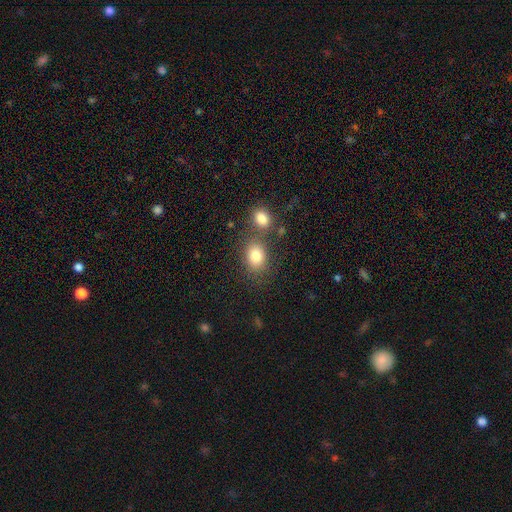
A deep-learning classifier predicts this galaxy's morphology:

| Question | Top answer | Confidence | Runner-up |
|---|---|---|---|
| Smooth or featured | smooth | 82% | star or artifact (10%) |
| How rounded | in between | 62% | round (37%) |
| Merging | none | 61% | merger (23%) |